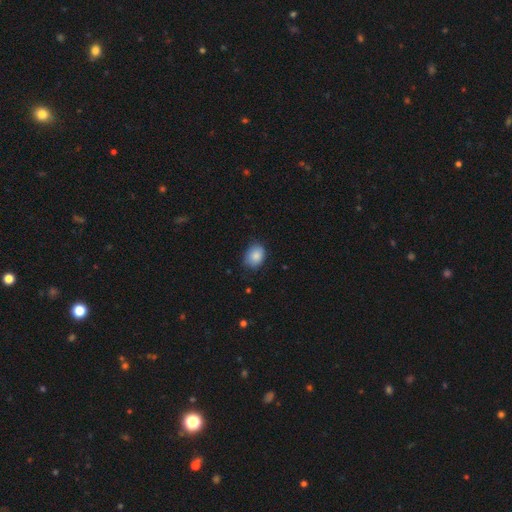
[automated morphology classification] type=smooth (85%); roundness=in between (61%); merging=none (72%).